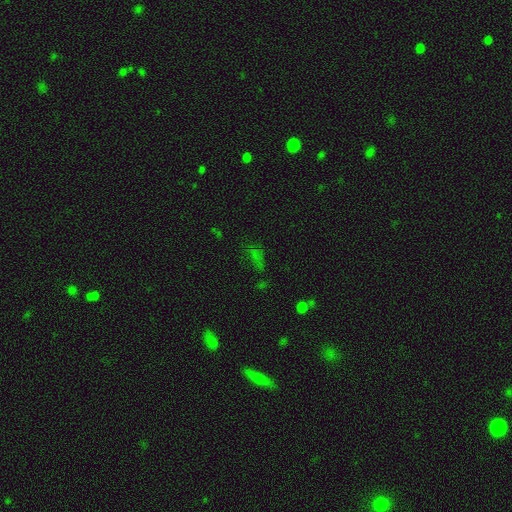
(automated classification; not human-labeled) smooth-or-featured: smooth: 45% | star or artifact: 44% | featured or disk: 11%
  merging: none: 59% | minor disturbance: 18% | major disturbance: 14% | merger: 8%